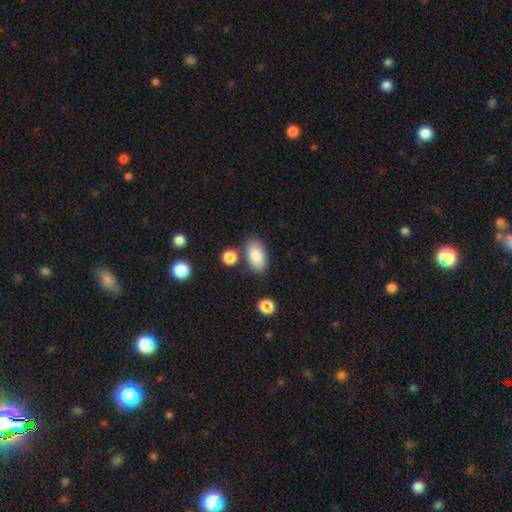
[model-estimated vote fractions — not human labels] A smooth galaxy with no disk features (85%) that is in between round and cigar-shaped (93%).

Vote fractions:
- Smooth or featured? smooth: 85% / featured or disk: 8% / star or artifact: 7%
- How rounded? in between: 93% / round: 5% / cigar-shaped: 2%
- Merging? none: 77% / minor disturbance: 12% / merger: 9% / major disturbance: 3%